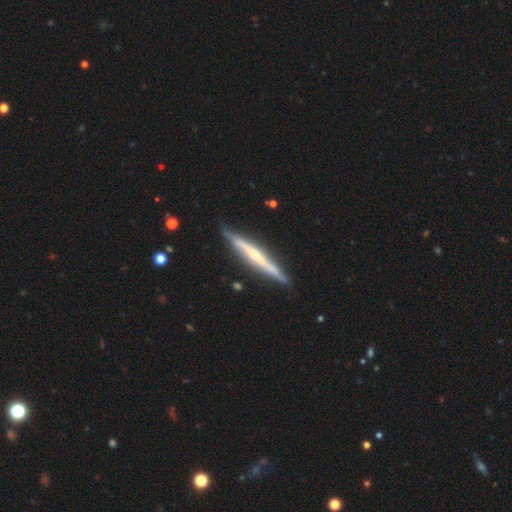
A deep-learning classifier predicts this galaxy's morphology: Smooth or featured? featured or disk (71%)
Edge-on disk? yes (96%)
Edge-on bulge? rounded (55%)
Merging? none (86%)